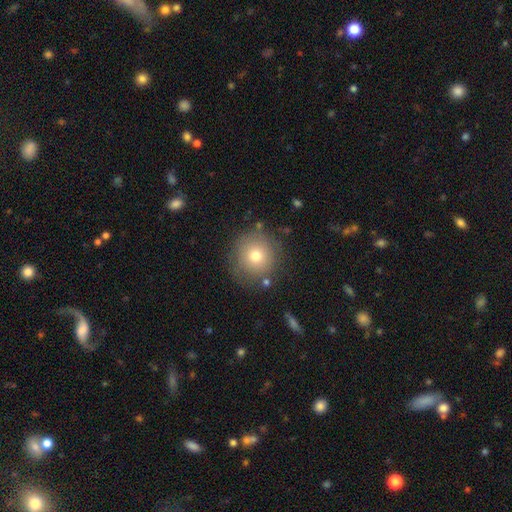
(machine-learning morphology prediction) A smooth galaxy with no disk features (74%) that is round (94%). Merging: none (82%).